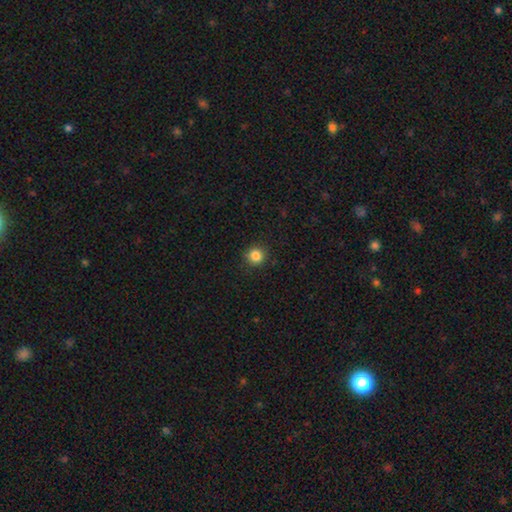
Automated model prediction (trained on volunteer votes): Smooth or featured?
  - smooth: 85% *
  - star or artifact: 11%
  - featured or disk: 4%
How rounded?
  - round: 93% *
  - in between: 6%
  - cigar-shaped: 1%
Merging?
  - none: 89% *
  - minor disturbance: 7%
  - major disturbance: 2%
  - merger: 1%